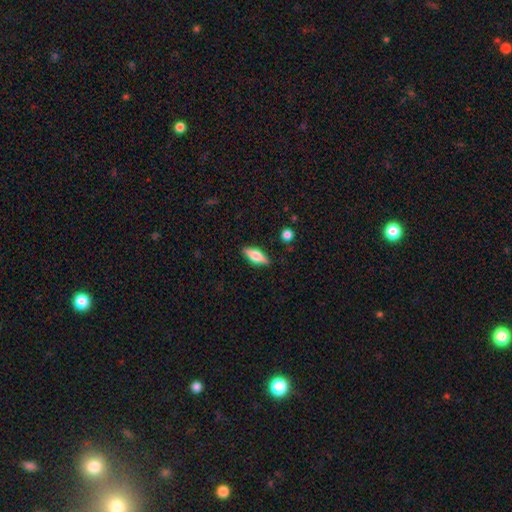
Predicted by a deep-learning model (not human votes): This is possibly a smooth galaxy (59%). How rounded: likely in between (65%). Merging: clearly none (87%).